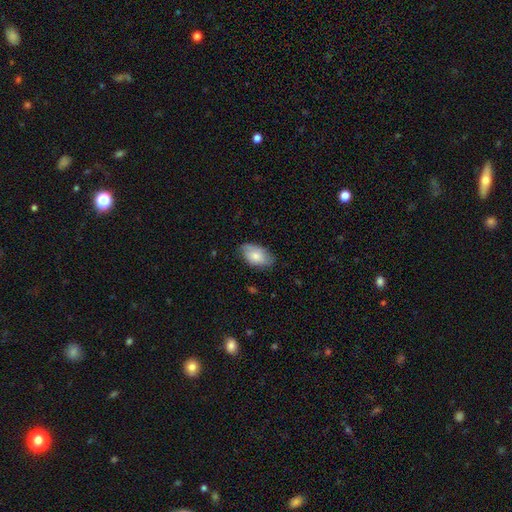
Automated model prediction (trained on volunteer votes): The model was most divided on "smooth or featured": smooth: 71%, featured or disk: 23%, star or artifact: 7%. More confident: how rounded — in between (92%); merging — none (72%).